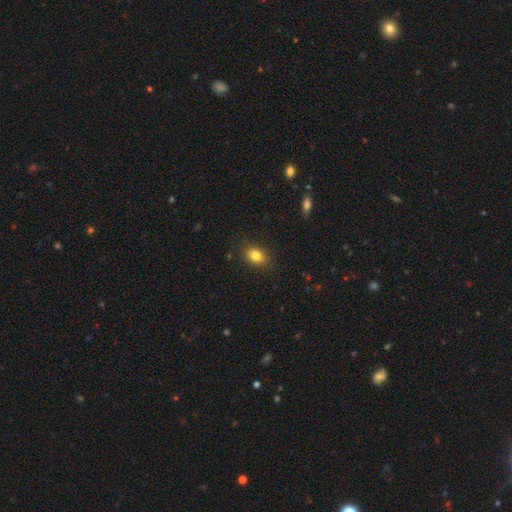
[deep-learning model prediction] A smooth galaxy with no disk features (83%) that is in between round and cigar-shaped (64%). Merging: none (86%).